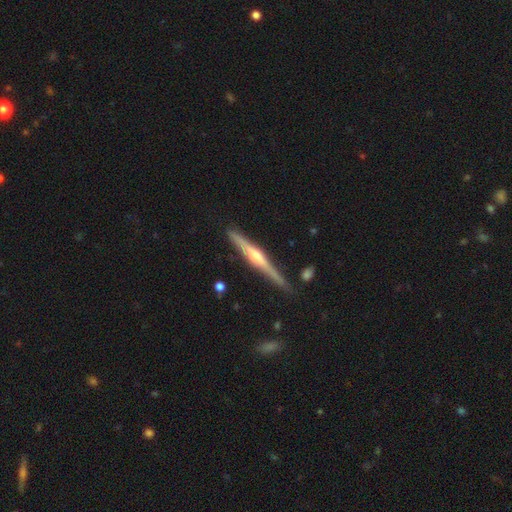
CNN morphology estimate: Smooth or featured?
  - featured or disk: 77% *
  - smooth: 17%
  - star or artifact: 6%
Edge-on disk?
  - yes: 98% *
  - no: 2%
Edge-on bulge?
  - rounded: 80% *
  - boxy: 10%
  - none: 10%
Merging?
  - none: 86% *
  - minor disturbance: 10%
  - merger: 2%
  - major disturbance: 2%